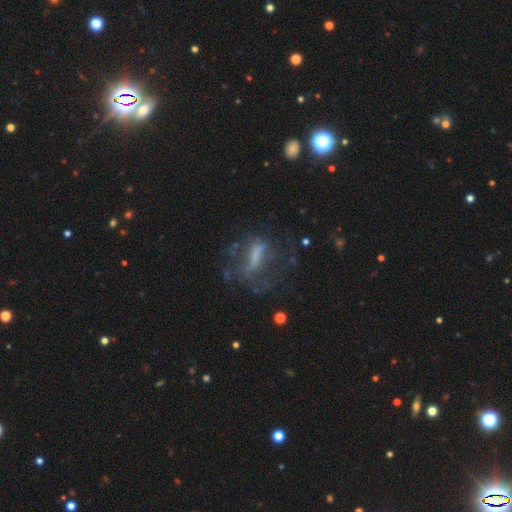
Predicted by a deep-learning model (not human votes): A featured or disk galaxy (56%).

Vote fractions:
- Smooth or featured? featured or disk: 56% / smooth: 29% / star or artifact: 16%
- Edge-on disk? no: 86% / yes: 14%
- Merging? none: 44% / major disturbance: 33% / minor disturbance: 19% / merger: 4%